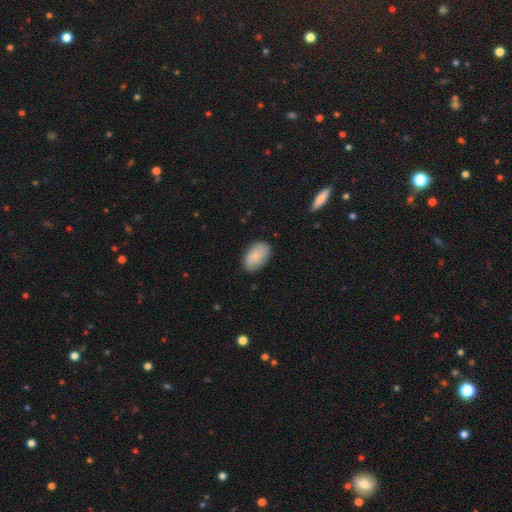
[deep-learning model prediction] smooth_or_featured: smooth (p=0.75) [alt: featured or disk p=0.18]
how_rounded: in between (p=0.91) [alt: round p=0.08]
merging: none (p=0.80) [alt: minor disturbance p=0.15]